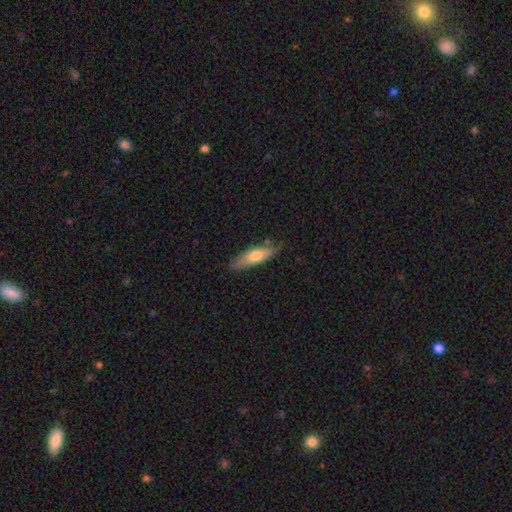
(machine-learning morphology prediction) Smooth or featured: smooth — 66% (featured or disk — 28%)
How rounded: cigar-shaped — 56% (in between — 42%)
Merging: none — 72% (minor disturbance — 21%)